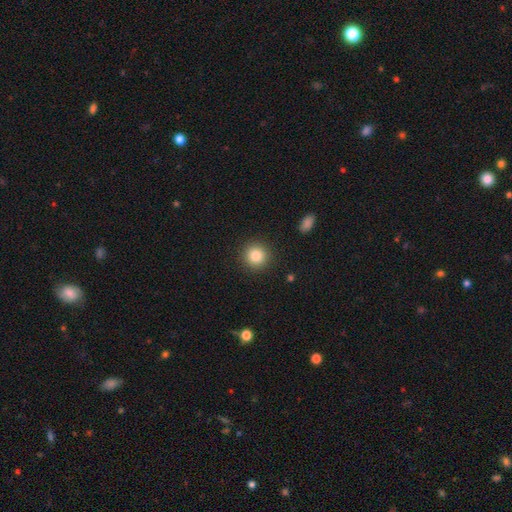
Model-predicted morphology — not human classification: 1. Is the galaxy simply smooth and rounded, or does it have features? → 85% smooth, 10% star or artifact, 6% featured or disk.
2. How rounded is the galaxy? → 94% round, 5% in between, 1% cigar-shaped.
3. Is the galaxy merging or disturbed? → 91% none, 6% minor disturbance, 2% major disturbance, 1% merger.